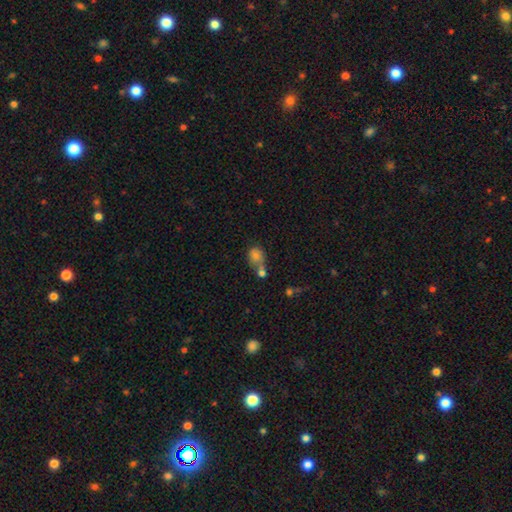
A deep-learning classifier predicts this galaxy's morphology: type=smooth (71%); roundness=round (55%); merging=merger (47%).